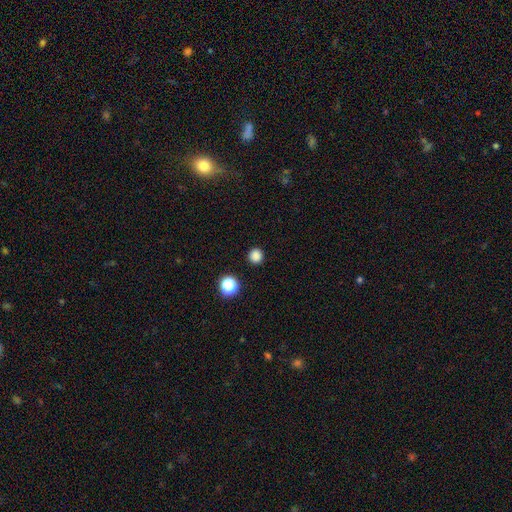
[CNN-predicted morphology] smooth-or-featured: smooth: 83% | star or artifact: 14% | featured or disk: 3%
  how-rounded: round: 93% | in between: 6% | cigar-shaped: 1%
  merging: none: 91% | minor disturbance: 5% | major disturbance: 2% | merger: 2%